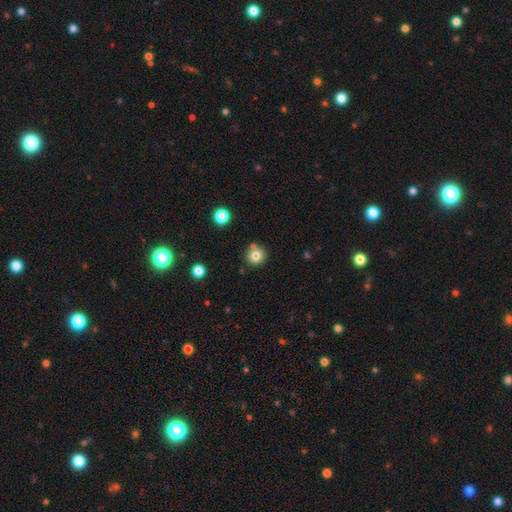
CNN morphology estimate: The model was most divided on "merging": none: 77%, merger: 11%, minor disturbance: 9%, major disturbance: 2%. More confident: how rounded — round (90%); smooth or featured — smooth (79%).